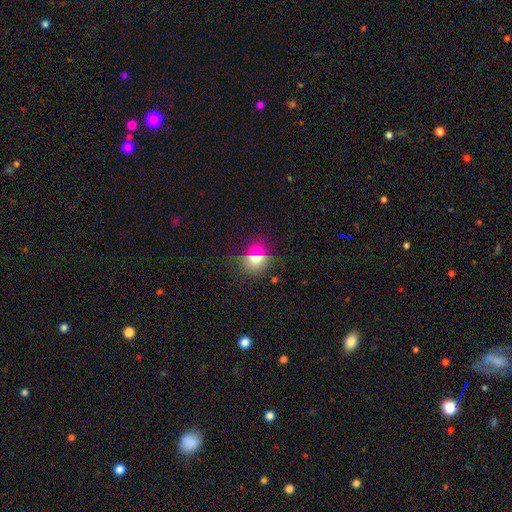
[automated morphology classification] Smooth or featured: smooth — 67% (star or artifact — 21%)
How rounded: round — 70% (in between — 28%)
Merging: none — 82% (minor disturbance — 11%)